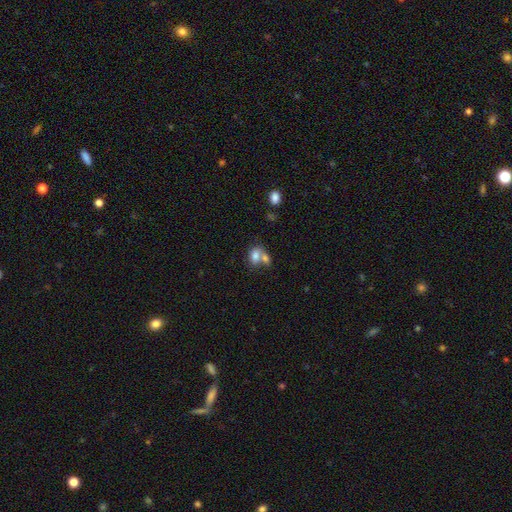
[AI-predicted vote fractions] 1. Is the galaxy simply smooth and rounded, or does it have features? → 78% smooth, 12% featured or disk, 9% star or artifact.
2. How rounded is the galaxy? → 76% in between, 23% round, 1% cigar-shaped.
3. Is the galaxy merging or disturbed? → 56% merger, 30% none, 9% minor disturbance, 5% major disturbance.